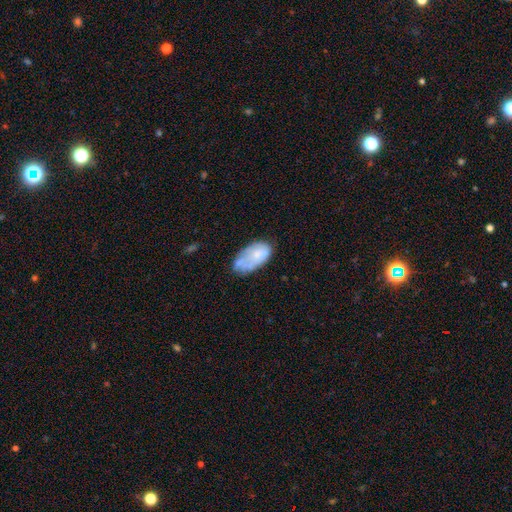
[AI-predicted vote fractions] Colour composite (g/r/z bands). It shows a smooth galaxy with no disk features (59%) that is in between round and cigar-shaped (94%). Merging: none (48%).